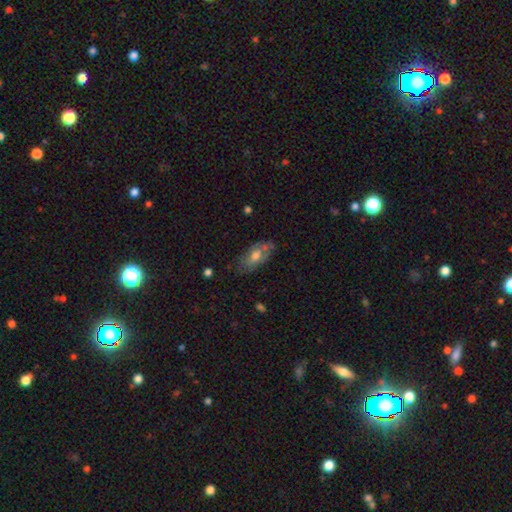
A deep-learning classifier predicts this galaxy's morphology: The model was most divided on "smooth or featured": smooth: 51%, featured or disk: 42%, star or artifact: 7%. More confident: how rounded — in between (89%); merging — none (63%).